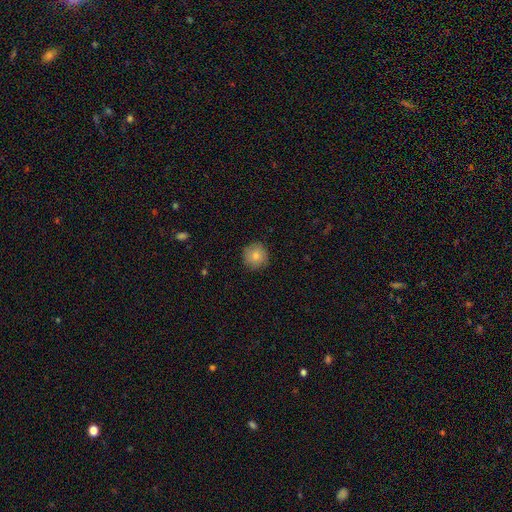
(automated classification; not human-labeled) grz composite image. It shows a smooth galaxy with no disk features (81%) that is round (94%). Merging: none (88%).